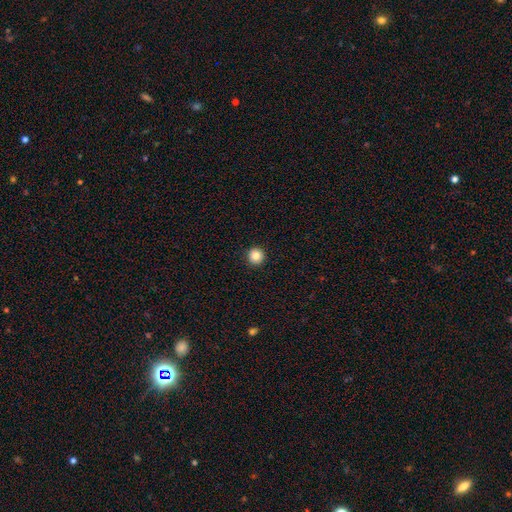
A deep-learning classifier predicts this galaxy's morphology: A smooth galaxy with no disk features (85%) that is round (96%). Merging: none (94%).